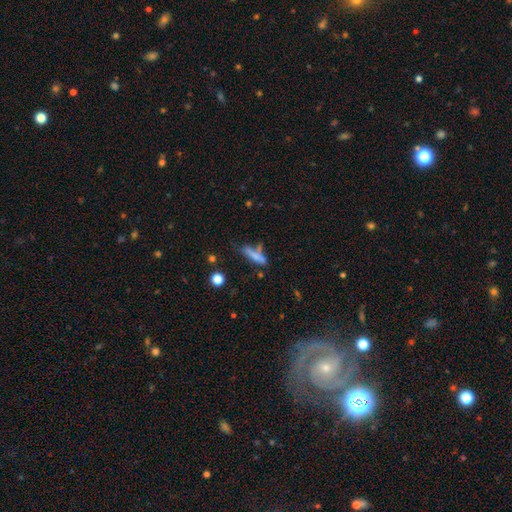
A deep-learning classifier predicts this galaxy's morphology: Smooth or featured?
  - smooth: 68% *
  - featured or disk: 22%
  - star or artifact: 10%
How rounded?
  - cigar-shaped: 77% *
  - in between: 21%
  - round: 3%
Merging?
  - none: 50% *
  - minor disturbance: 22%
  - merger: 17%
  - major disturbance: 10%